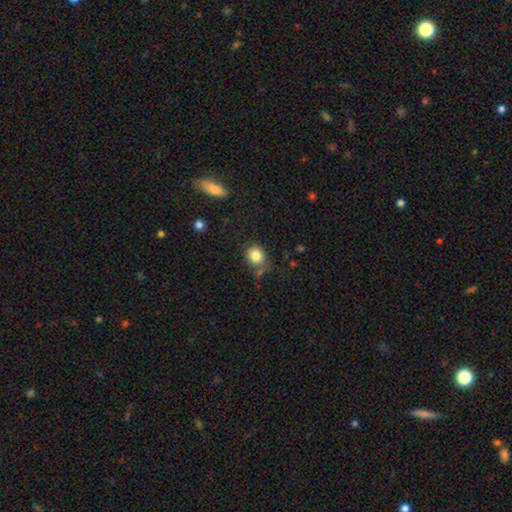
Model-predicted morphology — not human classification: This is clearly a smooth galaxy (84%). How rounded: likely round (69%). Merging: likely none (71%).